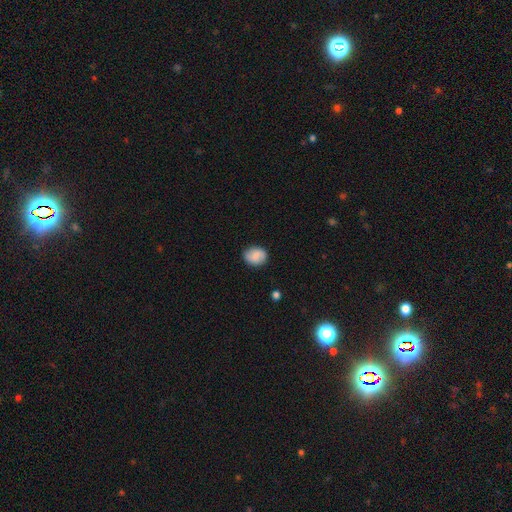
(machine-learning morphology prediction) smooth-or-featured: smooth: 78% | featured or disk: 14% | star or artifact: 8%
  how-rounded: round: 56% | in between: 43% | cigar-shaped: 1%
  merging: none: 83% | minor disturbance: 12% | major disturbance: 3% | merger: 1%